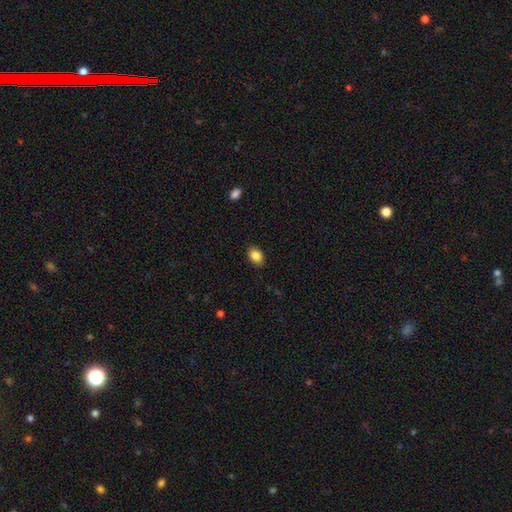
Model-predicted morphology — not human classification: The model was most divided on "how rounded": in between: 79%, round: 20%, cigar-shaped: 1%. More confident: merging — none (88%); smooth or featured — smooth (85%).